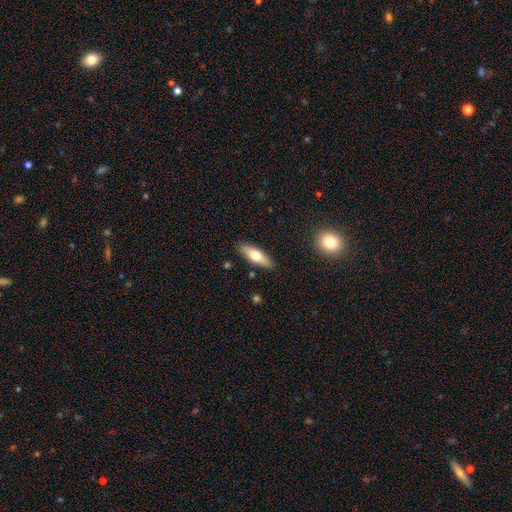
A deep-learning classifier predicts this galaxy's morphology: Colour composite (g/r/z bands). It shows a smooth galaxy with no disk features (62%) that is in between round and cigar-shaped (53%). Merging: none (88%).